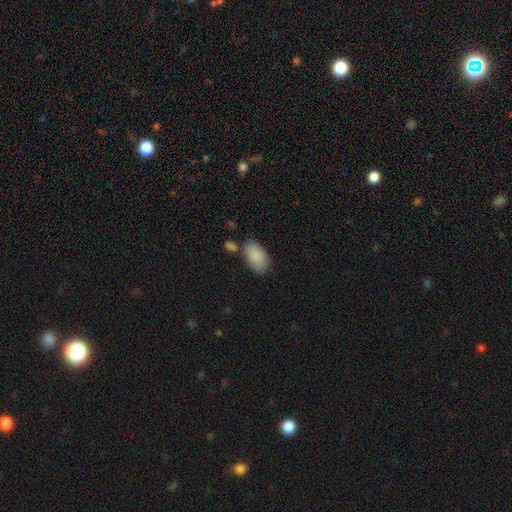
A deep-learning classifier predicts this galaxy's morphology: Overall: smooth (89%). How rounded: in between (95%). Merging: none (72%).